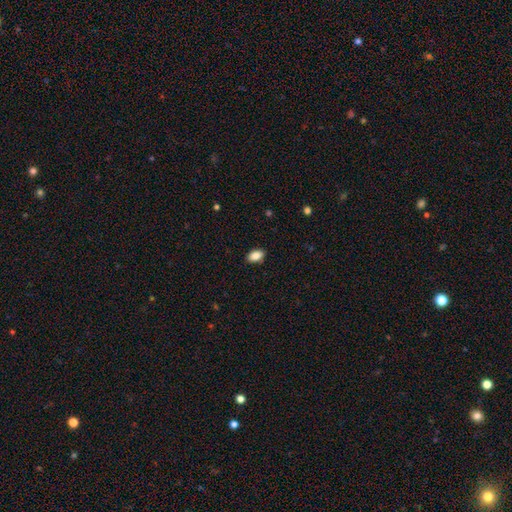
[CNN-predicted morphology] Smooth or featured? Predicted: smooth (p=0.87). How rounded? Predicted: in between (p=0.90). Merging? Predicted: none (p=0.88).